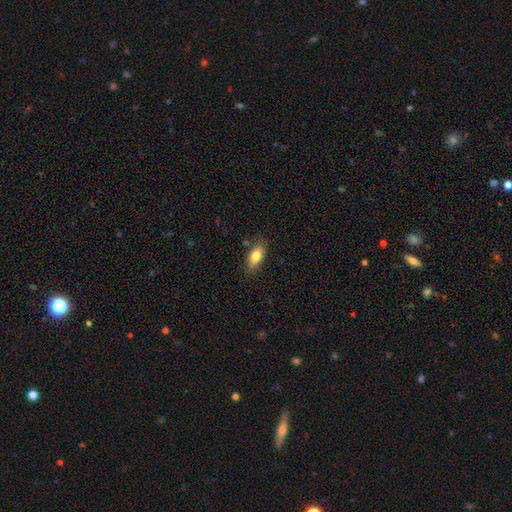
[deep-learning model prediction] smooth 80%, featured or disk 13%, star or artifact 7%. Down the decision tree: how rounded — in between (86%); merging — none (81%).